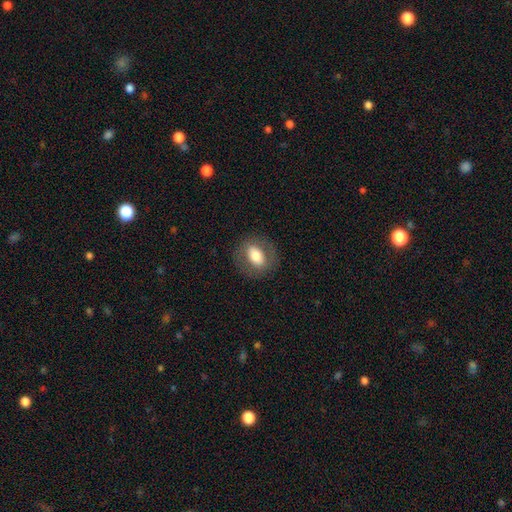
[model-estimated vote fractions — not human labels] Smooth or featured? smooth (64%)
How rounded? in between (68%)
Merging? none (82%)